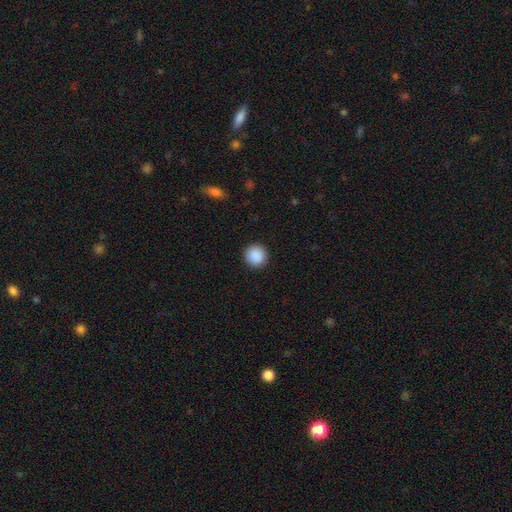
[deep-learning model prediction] This appears to be a smooth galaxy with no disk features (90%) that is round (95%). Merging: none (92%).